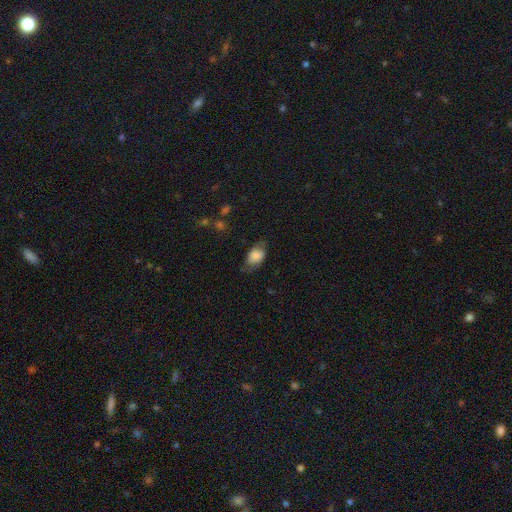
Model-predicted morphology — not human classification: Q: Smooth or featured?
A: smooth (69%); runner-up: featured or disk (23%)
Q: How rounded?
A: in between (88%); runner-up: round (11%)
Q: Merging?
A: none (59%); runner-up: minor disturbance (26%)